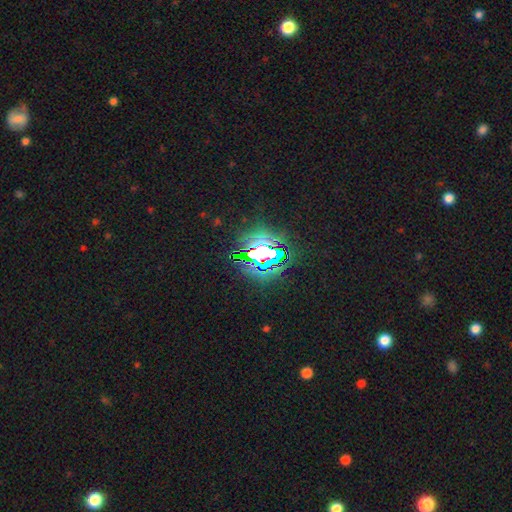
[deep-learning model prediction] A star or artifact, not a galaxy (76%).

Vote fractions:
- Smooth or featured? star or artifact: 76% / smooth: 13% / featured or disk: 10%